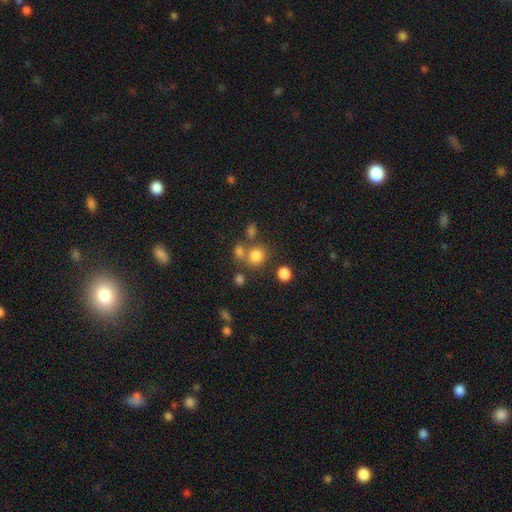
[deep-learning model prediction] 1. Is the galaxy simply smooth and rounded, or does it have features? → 77% smooth, 15% star or artifact, 8% featured or disk.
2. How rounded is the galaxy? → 83% round, 16% in between, 1% cigar-shaped.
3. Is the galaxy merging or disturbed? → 62% none, 23% merger, 10% minor disturbance, 5% major disturbance.